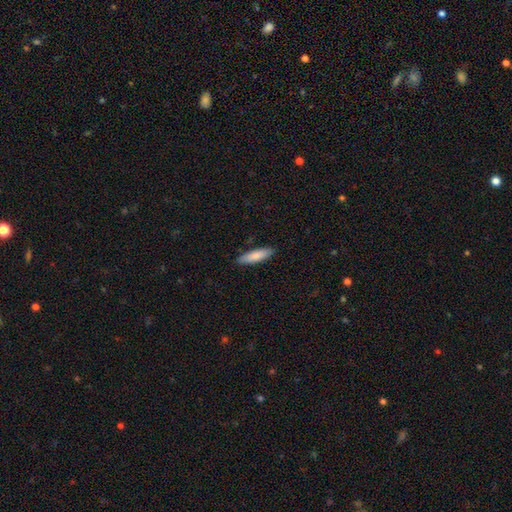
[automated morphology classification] A smooth galaxy with no disk features (84%) that is cigar-shaped (61%).

Vote fractions:
- Smooth or featured? smooth: 84% / featured or disk: 10% / star or artifact: 5%
- How rounded? cigar-shaped: 61% / in between: 37% / round: 1%
- Merging? none: 87% / minor disturbance: 10% / major disturbance: 2% / merger: 1%